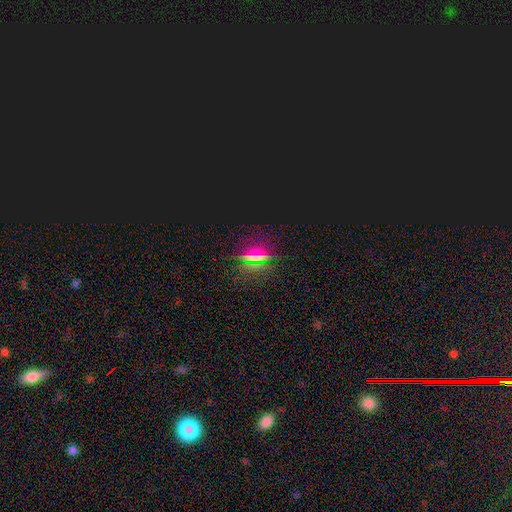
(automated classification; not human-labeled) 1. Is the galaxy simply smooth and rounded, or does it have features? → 63% star or artifact, 27% smooth, 11% featured or disk.